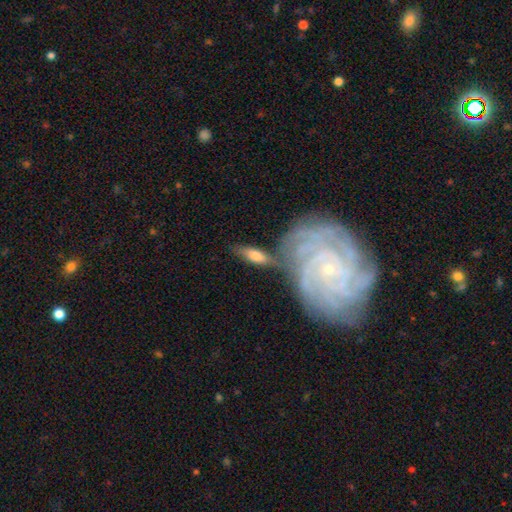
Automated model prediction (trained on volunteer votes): This is possibly a smooth galaxy (56%). How rounded: likely in between (65%). Merging: possibly none (52%).